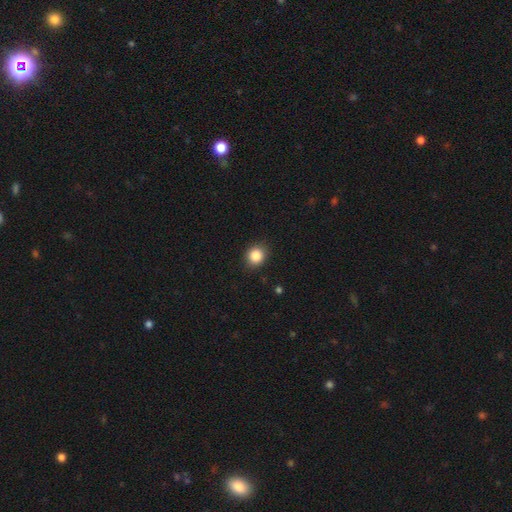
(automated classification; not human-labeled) A smooth galaxy with no disk features (86%) that is round (75%). Merging: none (88%).